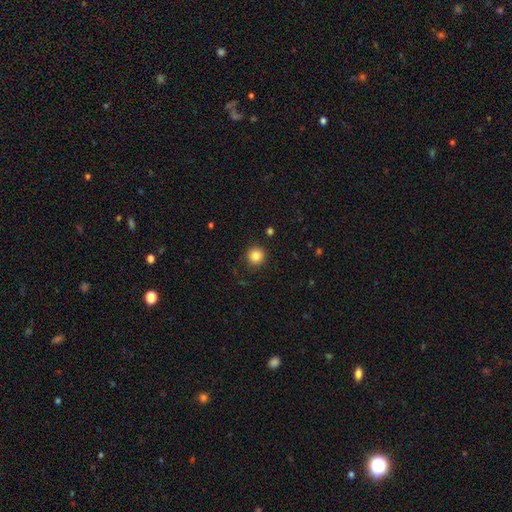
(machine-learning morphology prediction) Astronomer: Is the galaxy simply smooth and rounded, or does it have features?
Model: smooth — 85%.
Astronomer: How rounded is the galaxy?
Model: round — 95%.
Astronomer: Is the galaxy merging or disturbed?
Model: none — 91%.